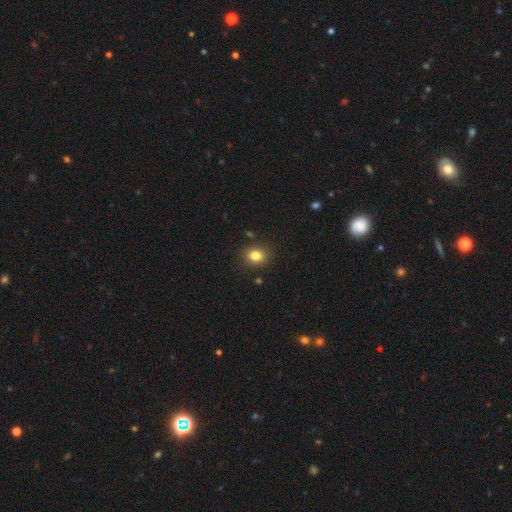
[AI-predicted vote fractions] Smooth or featured? Predicted: smooth (p=0.82). How rounded? Predicted: in between (p=0.50). Merging? Predicted: none (p=0.85).